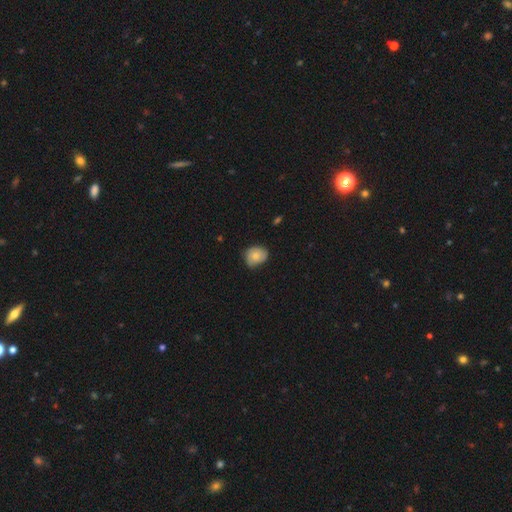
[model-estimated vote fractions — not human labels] Q: Smooth or featured?
A: smooth (71%); runner-up: featured or disk (21%)
Q: How rounded?
A: round (59%); runner-up: in between (40%)
Q: Merging?
A: none (62%); runner-up: minor disturbance (32%)